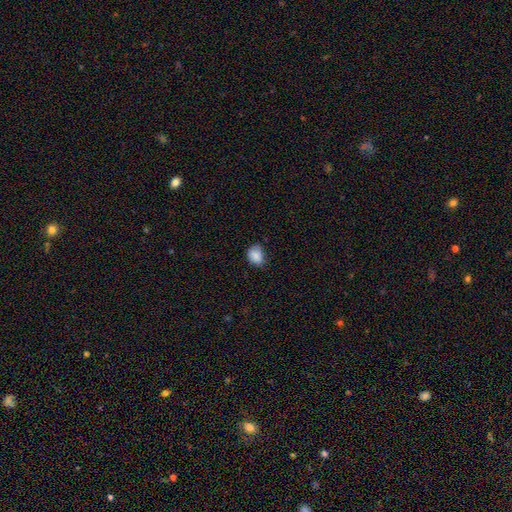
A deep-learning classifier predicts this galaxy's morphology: This appears to be a smooth galaxy with no disk features (86%) that is in between round and cigar-shaped (64%). Merging: none (61%).